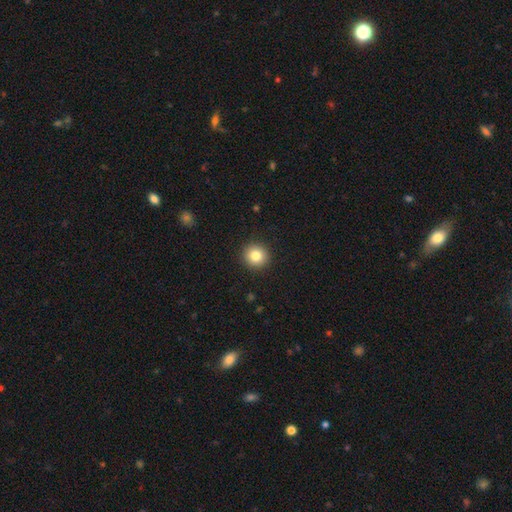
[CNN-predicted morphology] A smooth galaxy with no disk features (83%) that is round (93%). Merging: none (92%).